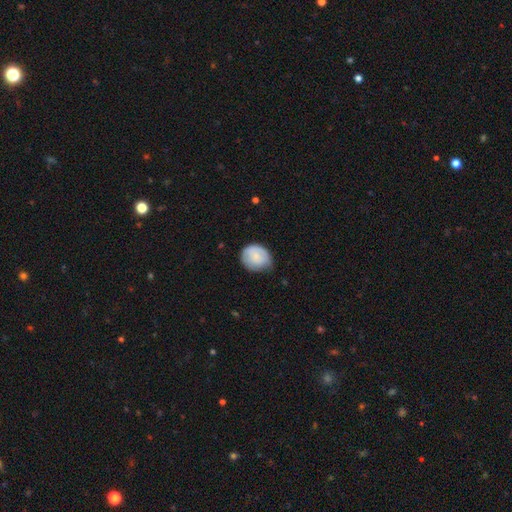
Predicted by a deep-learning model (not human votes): This is likely a smooth galaxy (72%). How rounded: likely round (69%). Merging: possibly none (57%).